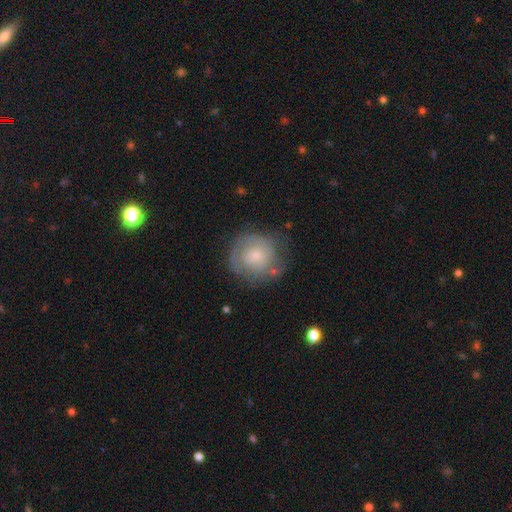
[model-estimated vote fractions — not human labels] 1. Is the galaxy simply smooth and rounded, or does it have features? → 53% smooth, 40% featured or disk, 7% star or artifact.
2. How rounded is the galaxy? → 86% round, 13% in between, 1% cigar-shaped.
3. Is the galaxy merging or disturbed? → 61% none, 24% minor disturbance, 12% major disturbance, 3% merger.